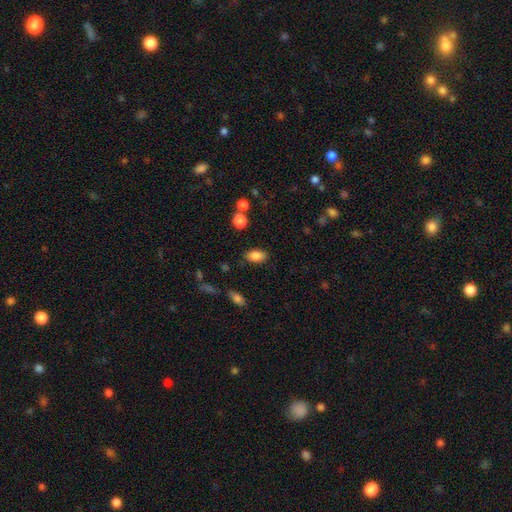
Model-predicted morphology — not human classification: Smooth or featured?
  - smooth: 84% *
  - star or artifact: 9%
  - featured or disk: 7%
How rounded?
  - in between: 88% *
  - round: 9%
  - cigar-shaped: 3%
Merging?
  - none: 82% *
  - minor disturbance: 12%
  - merger: 3%
  - major disturbance: 3%